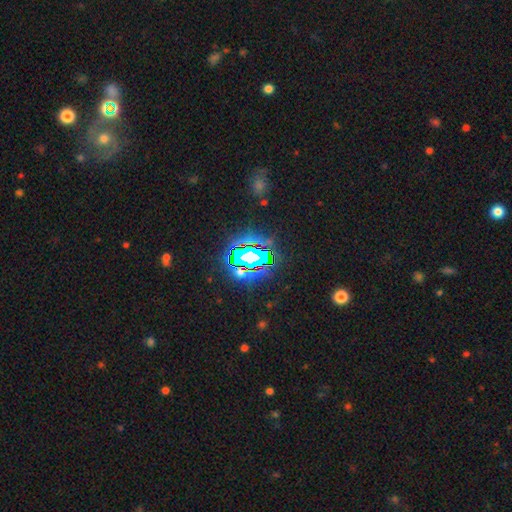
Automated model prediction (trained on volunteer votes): smooth_or_featured: star or artifact (p=0.79) [alt: smooth p=0.12]